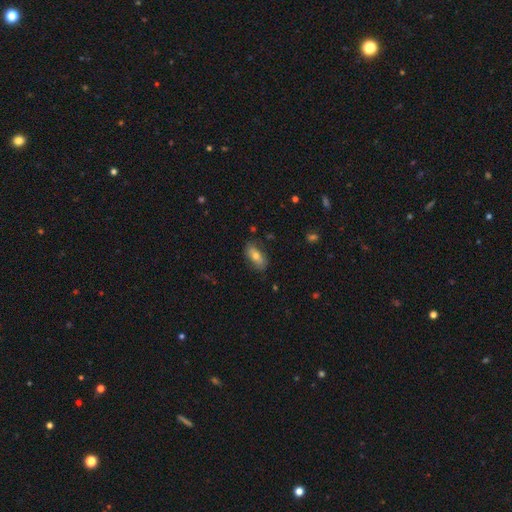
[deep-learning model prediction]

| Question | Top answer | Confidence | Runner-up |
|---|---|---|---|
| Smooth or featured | smooth | 68% | featured or disk (24%) |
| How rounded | in between | 86% | cigar-shaped (10%) |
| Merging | none | 77% | minor disturbance (17%) |